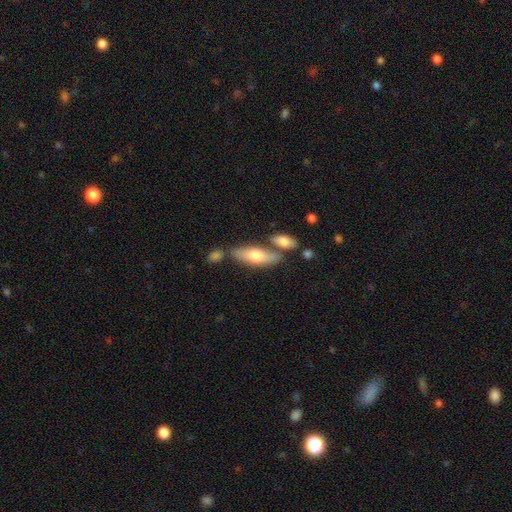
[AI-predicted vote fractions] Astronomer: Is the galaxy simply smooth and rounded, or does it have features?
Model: smooth — 65%.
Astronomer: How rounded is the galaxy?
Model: in between — 59% (runner-up: cigar-shaped, 38%).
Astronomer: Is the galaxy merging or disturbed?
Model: none — 63%.